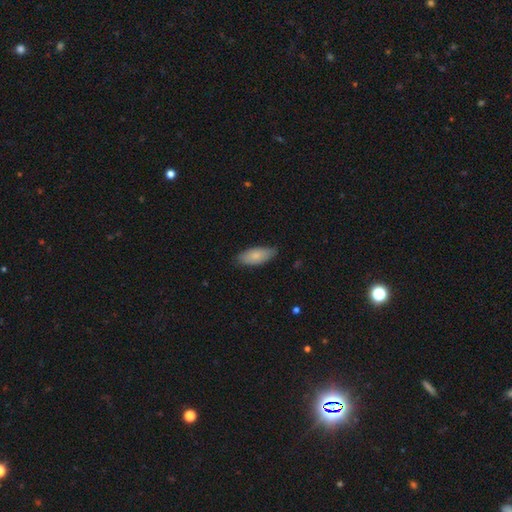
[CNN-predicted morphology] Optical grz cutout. It shows a smooth galaxy with no disk features (82%) that is in between round and cigar-shaped (84%). Merging: none (80%).